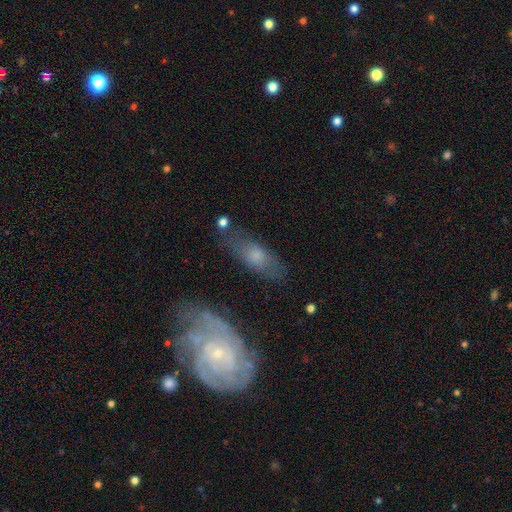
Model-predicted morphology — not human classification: smooth_or_featured: featured or disk (p=0.48) [alt: smooth p=0.43]
merging: none (p=0.70) [alt: minor disturbance p=0.18]